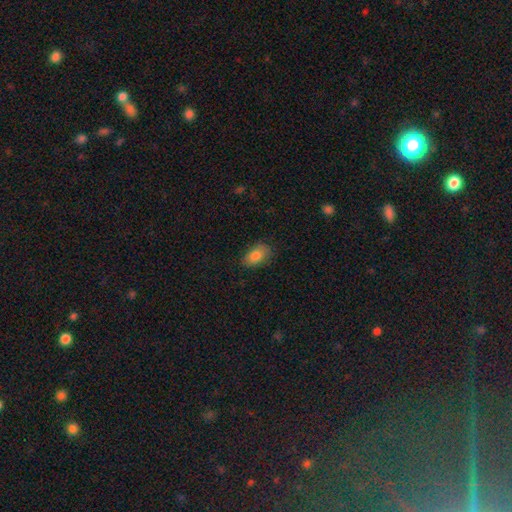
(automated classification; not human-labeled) smooth-or-featured: smooth: 83% | featured or disk: 9% | star or artifact: 8%
  how-rounded: in between: 89% | round: 9% | cigar-shaped: 2%
  merging: none: 79% | minor disturbance: 17% | major disturbance: 3% | merger: 1%